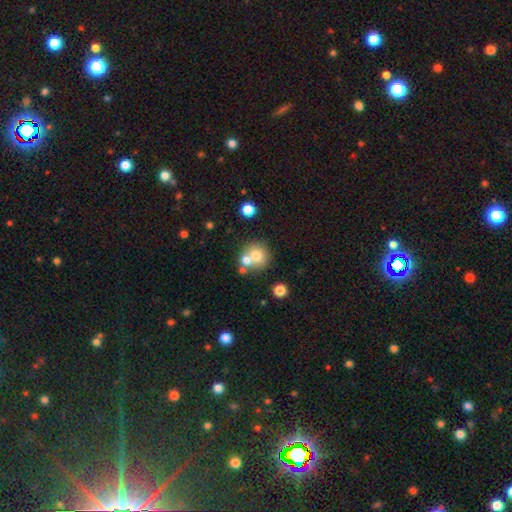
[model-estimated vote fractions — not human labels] Overall: smooth (70%). How rounded: round (87%). Merging: none (48%; merger 39%).